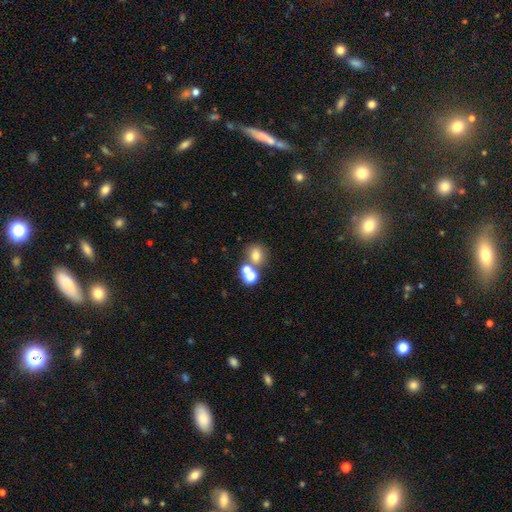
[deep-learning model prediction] Smooth or featured? smooth (69%)
How rounded? round (69%)
Merging? none (54%)